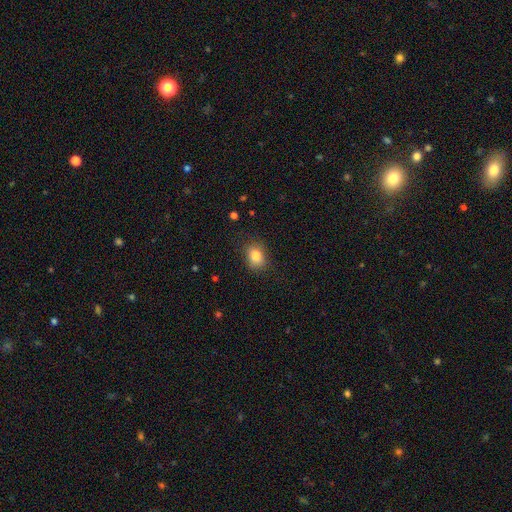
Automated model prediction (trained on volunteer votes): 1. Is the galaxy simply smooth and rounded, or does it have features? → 84% smooth, 10% star or artifact, 7% featured or disk.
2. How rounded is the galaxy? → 59% in between, 40% round, 1% cigar-shaped.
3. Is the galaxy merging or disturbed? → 80% none, 15% minor disturbance, 4% major disturbance, 1% merger.